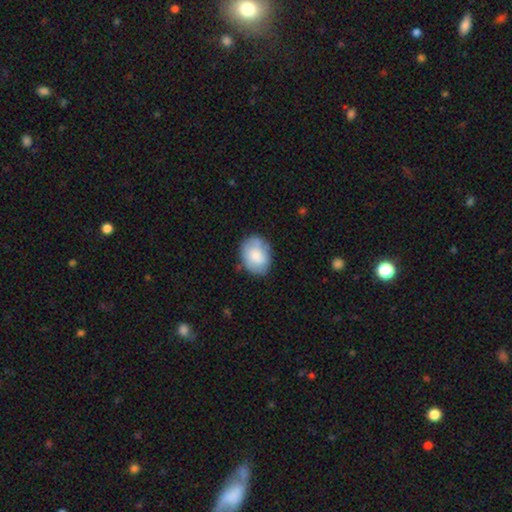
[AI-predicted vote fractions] Morphology: type=smooth (65%); roundness=in between (63%); merging=none (72%).